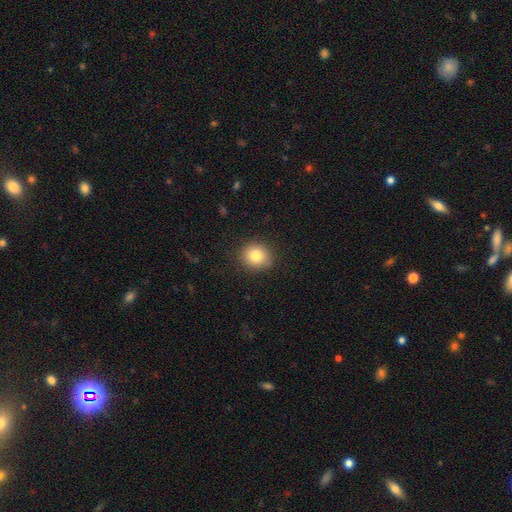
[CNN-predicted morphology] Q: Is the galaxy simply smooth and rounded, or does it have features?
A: smooth — 81%.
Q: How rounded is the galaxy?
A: round — 79%.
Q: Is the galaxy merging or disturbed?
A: none — 89%.